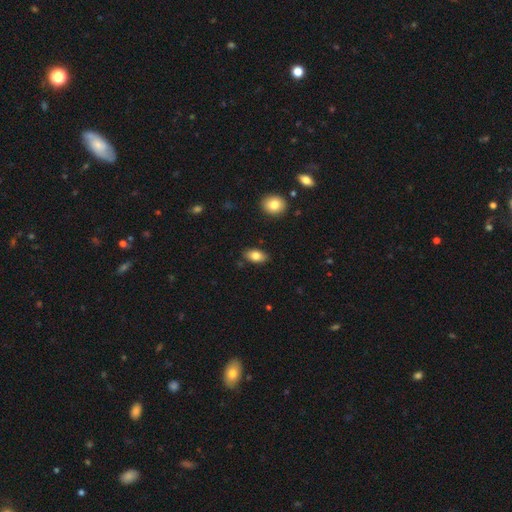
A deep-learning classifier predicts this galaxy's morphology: type=smooth (81%); roundness=in between (91%); merging=none (86%).